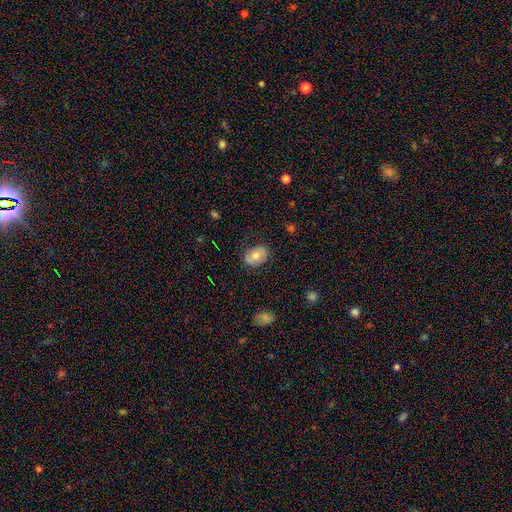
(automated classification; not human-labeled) Smooth or featured? smooth (67%)
How rounded? in between (78%)
Merging? none (77%)